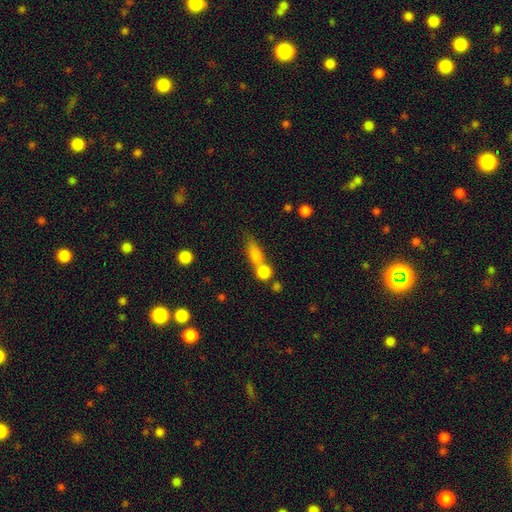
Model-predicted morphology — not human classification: This is likely a smooth galaxy (76%). How rounded: possibly in between (47%). Merging: possibly merger (47%).